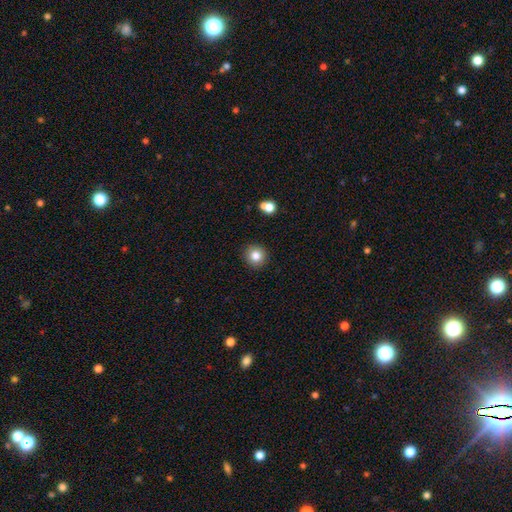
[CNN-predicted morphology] smooth 82%, star or artifact 11%, featured or disk 7%. Down the decision tree: how rounded — round (92%); merging — none (91%).